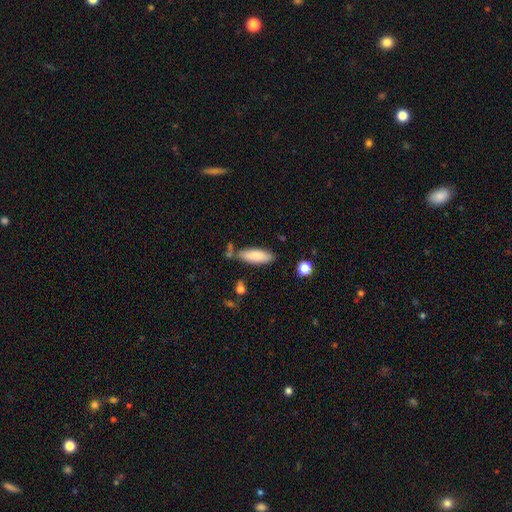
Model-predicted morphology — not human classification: smooth-or-featured: smooth: 85% | featured or disk: 9% | star or artifact: 6%
  how-rounded: in between: 61% | cigar-shaped: 37% | round: 2%
  merging: none: 70% | minor disturbance: 18% | merger: 8% | major disturbance: 5%